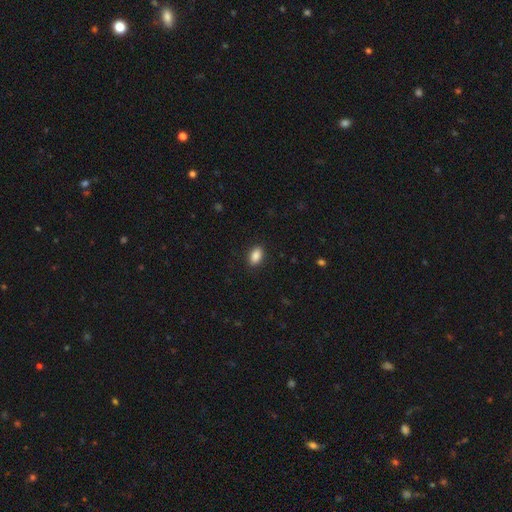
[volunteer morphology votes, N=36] Smooth or featured?
  - smooth: 94% *
  - star or artifact: 6%
  - featured or disk: 0%
How rounded?
  - in between: 85% *
  - round: 12%
  - cigar-shaped: 3%
Merging?
  - none: 97% *
  - minor disturbance: 3%
  - major disturbance: 0%
  - merger: 0%